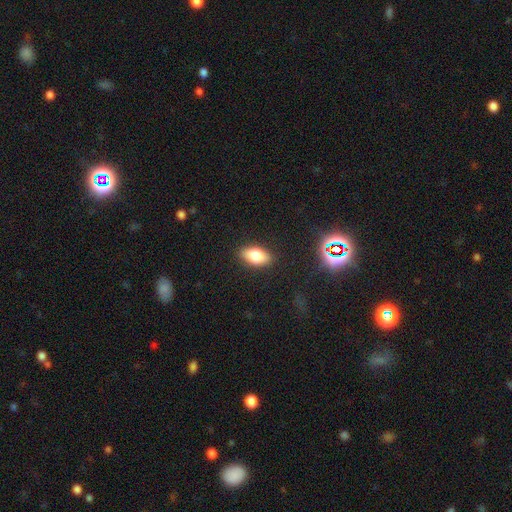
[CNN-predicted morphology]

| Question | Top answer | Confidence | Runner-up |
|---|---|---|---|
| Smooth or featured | smooth | 79% | featured or disk (12%) |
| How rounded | in between | 90% | round (5%) |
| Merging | none | 87% | minor disturbance (9%) |